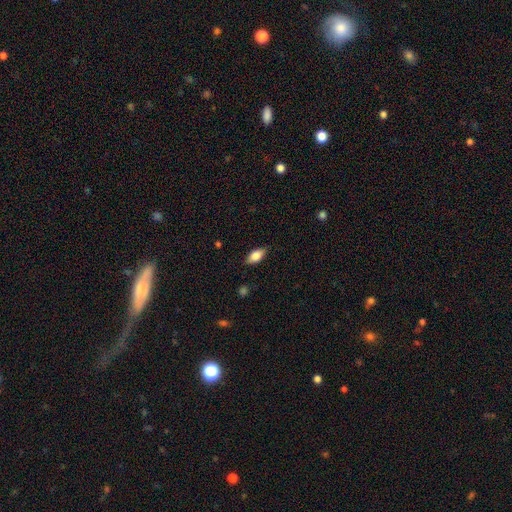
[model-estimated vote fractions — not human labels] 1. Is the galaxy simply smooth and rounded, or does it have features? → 75% smooth, 18% featured or disk, 7% star or artifact.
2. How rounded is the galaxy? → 87% in between, 9% cigar-shaped, 4% round.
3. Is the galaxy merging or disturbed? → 83% none, 14% minor disturbance, 3% major disturbance, 1% merger.